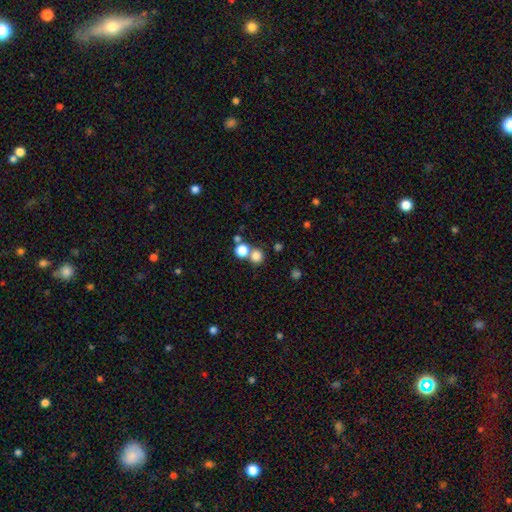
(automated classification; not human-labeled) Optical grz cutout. It shows a smooth galaxy with no disk features (79%) that is round (89%). Merging: none (61%).